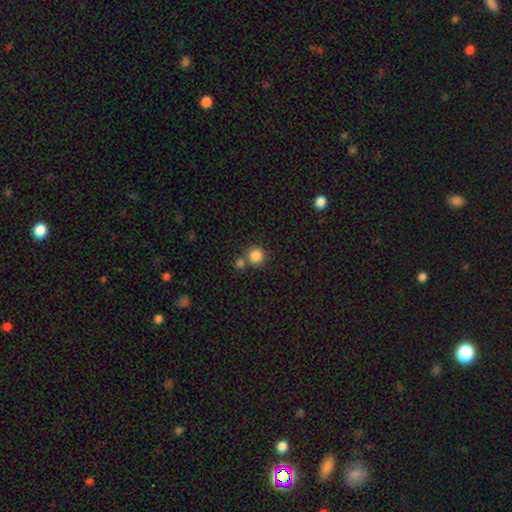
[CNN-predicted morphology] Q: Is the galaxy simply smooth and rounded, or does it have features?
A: smooth — 84%.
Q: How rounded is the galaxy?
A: round — 92%.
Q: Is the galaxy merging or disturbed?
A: none — 66%.